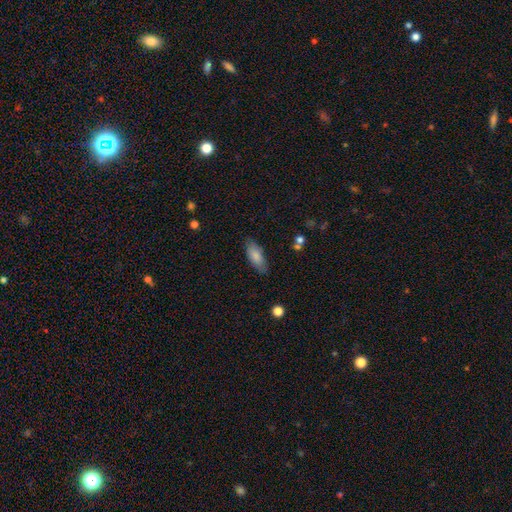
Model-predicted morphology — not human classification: Overall: smooth (81%). How rounded: in between (80%). Merging: none (81%).